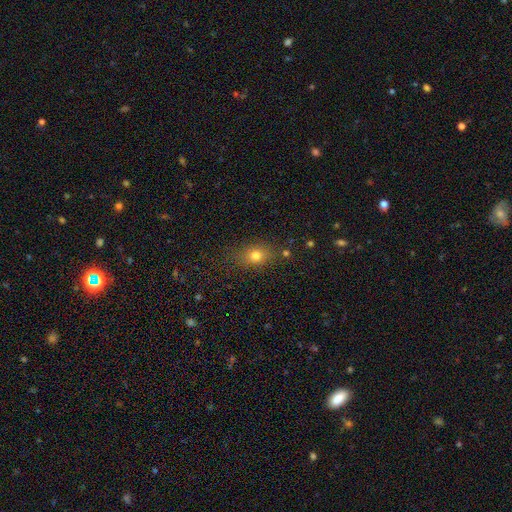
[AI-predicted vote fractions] Q: Smooth or featured?
A: smooth (76%); runner-up: star or artifact (14%)
Q: How rounded?
A: in between (61%); runner-up: round (35%)
Q: Merging?
A: none (77%); runner-up: minor disturbance (15%)